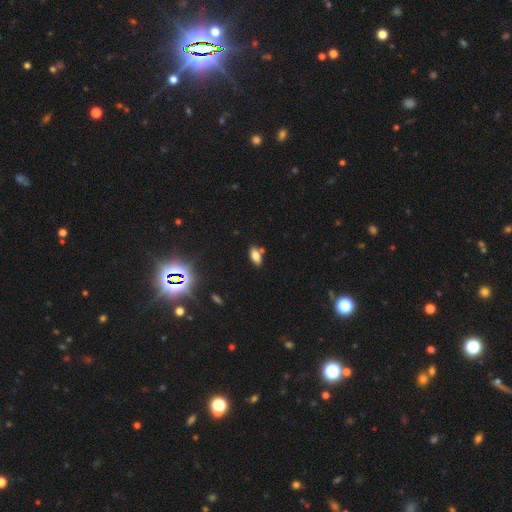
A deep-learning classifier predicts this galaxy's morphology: smooth 77%, star or artifact 13%, featured or disk 10%. Down the decision tree: how rounded — in between (89%); merging — none (73%).